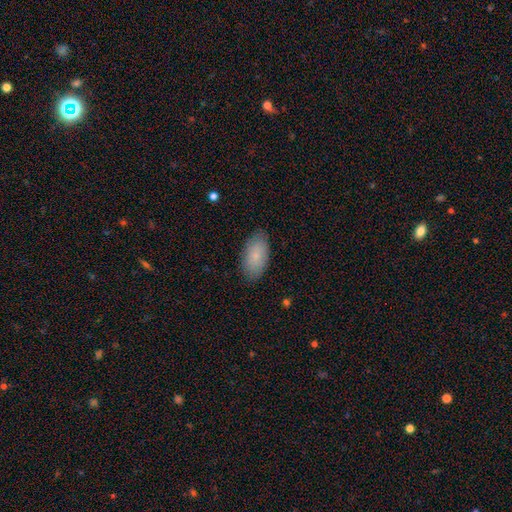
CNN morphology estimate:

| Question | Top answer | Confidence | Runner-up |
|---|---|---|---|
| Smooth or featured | smooth | 83% | featured or disk (10%) |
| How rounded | in between | 94% | round (3%) |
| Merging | none | 84% | minor disturbance (12%) |